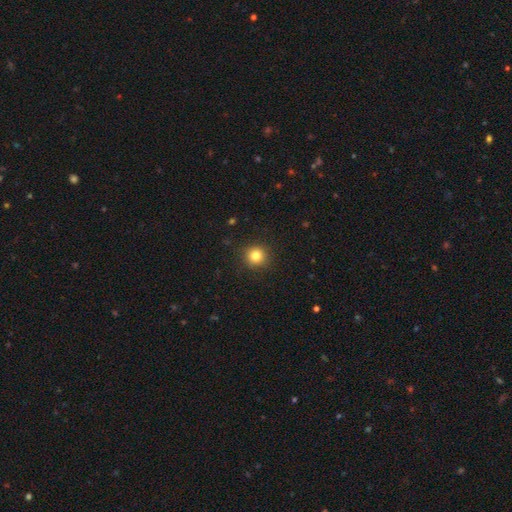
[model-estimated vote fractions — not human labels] Smooth or featured? Predicted: smooth (p=0.82). How rounded? Predicted: round (p=0.92). Merging? Predicted: none (p=0.91).